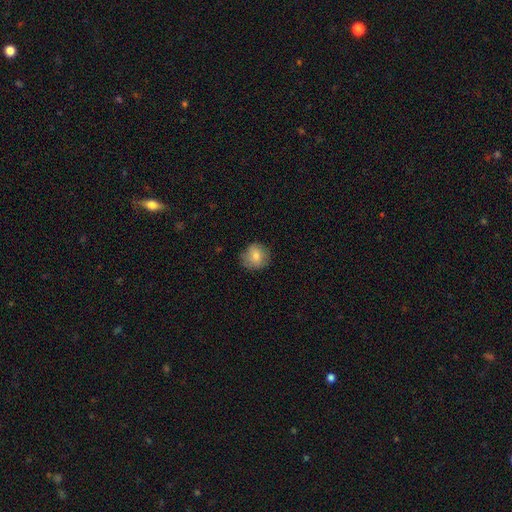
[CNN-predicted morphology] Overall: smooth (75%). How rounded: round (85%). Merging: none (76%).